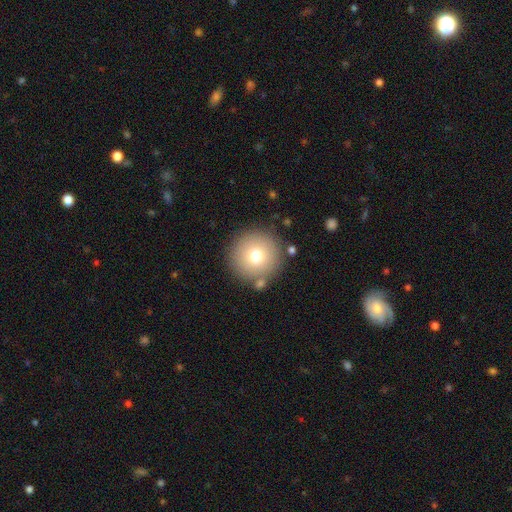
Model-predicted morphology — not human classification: Overall: smooth (75%). How rounded: round (96%). Merging: none (85%).